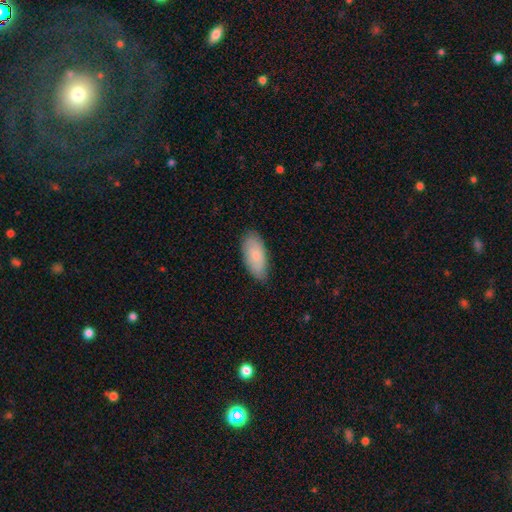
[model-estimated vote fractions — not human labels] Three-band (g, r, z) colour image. It shows a smooth galaxy with no disk features (78%) that is in between round and cigar-shaped (90%). Merging: none (79%).